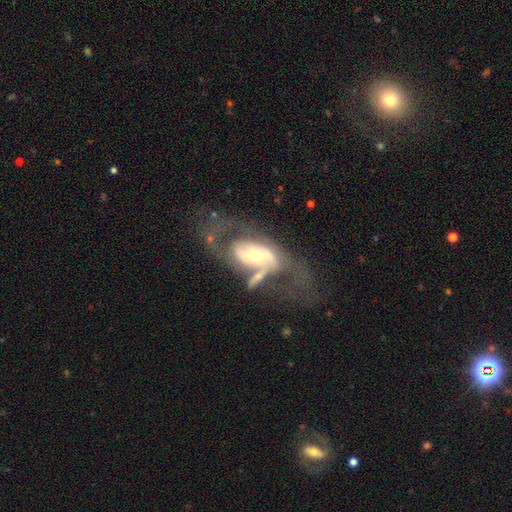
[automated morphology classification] Smooth or featured?
  - featured or disk: 80% *
  - smooth: 14%
  - star or artifact: 6%
Edge-on disk?
  - no: 94% *
  - yes: 6%
Bar?
  - no: 44% *
  - weak: 33%
  - strong: 23%
Spiral arms?
  - yes: 81% *
  - no: 19%
Spiral winding?
  - medium: 44% *
  - loose: 31%
  - tight: 25%
Spiral arm count?
  - 2: 68% *
  - can't tell: 17%
  - 1: 8%
  - 3: 4%
  - 4: 1%
  - more than 4: 1%
Bulge size?
  - moderate: 61% *
  - small: 28%
  - large: 8%
  - dominant: 1%
  - none: 1%
Merging?
  - major disturbance: 34% *
  - none: 31%
  - merger: 19%
  - minor disturbance: 16%